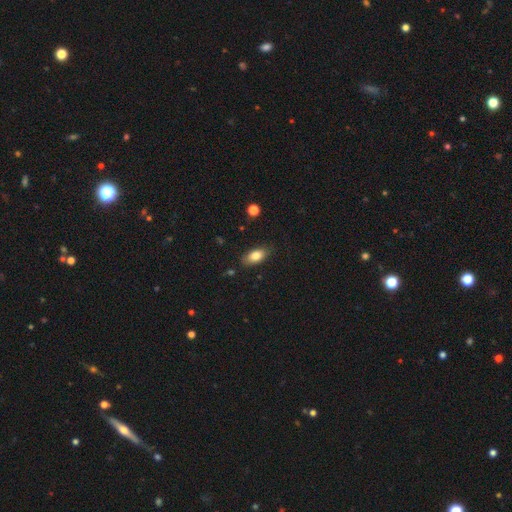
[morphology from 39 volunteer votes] A smooth galaxy with no disk features (90%) that is in between round and cigar-shaped (100%).

Vote fractions:
- Smooth or featured? smooth: 90% / featured or disk: 8% / star or artifact: 3%
- How rounded? in between: 100% / round: 0% / cigar-shaped: 0%
- Merging? none: 87% / minor disturbance: 11% / major disturbance: 3% / merger: 0%